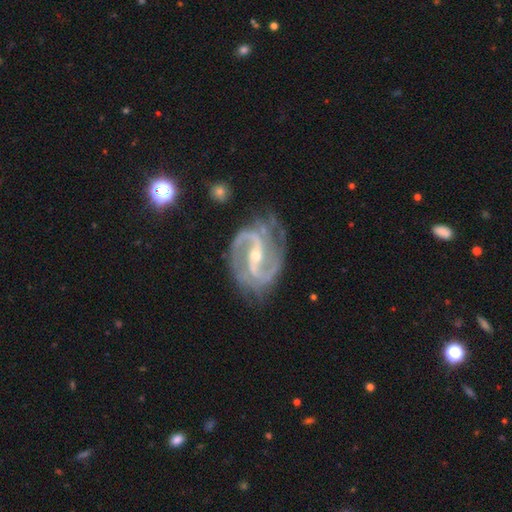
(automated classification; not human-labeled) The model was most divided on "bar": strong: 45%, weak: 37%, no: 19%. More confident: spiral arms — yes (98%); edge-on disk — no (98%); smooth or featured — featured or disk (93%); spiral arm count — 2 (88%); merging — none (66%); bulge size — small (56%); spiral winding — medium (55%).